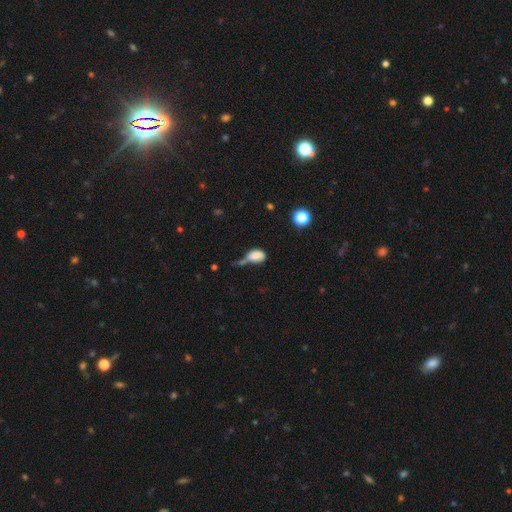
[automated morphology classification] The model was most divided on "merging": minor disturbance: 29%, none: 25%, merger: 24%, major disturbance: 22%. More confident: how rounded — in between (79%); smooth or featured — smooth (78%).